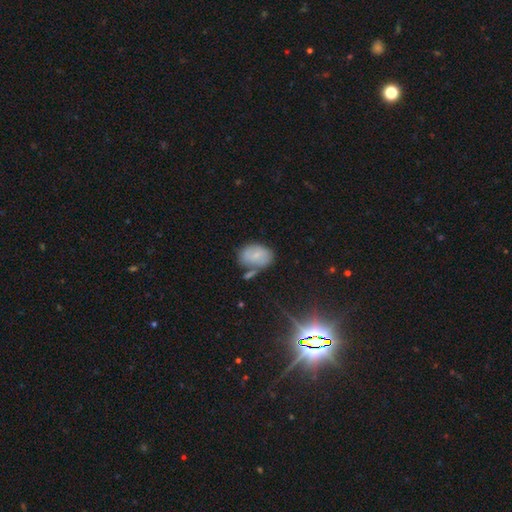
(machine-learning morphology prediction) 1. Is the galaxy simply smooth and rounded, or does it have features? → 68% smooth, 21% featured or disk, 10% star or artifact.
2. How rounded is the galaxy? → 81% in between, 17% round, 1% cigar-shaped.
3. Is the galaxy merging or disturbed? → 54% none, 21% minor disturbance, 17% merger, 7% major disturbance.